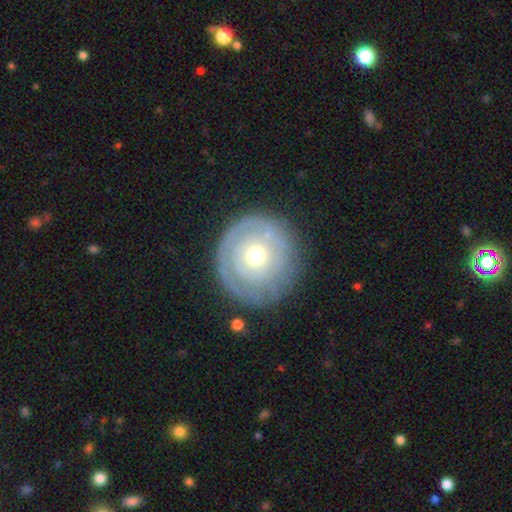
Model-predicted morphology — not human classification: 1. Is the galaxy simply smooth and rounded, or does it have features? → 59% featured or disk, 35% smooth, 6% star or artifact.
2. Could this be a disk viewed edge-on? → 96% no, 4% yes.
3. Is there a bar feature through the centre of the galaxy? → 88% no, 10% weak, 3% strong.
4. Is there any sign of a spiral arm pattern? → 50% yes (tied), 50% no (tied).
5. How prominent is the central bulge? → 61% moderate, 30% small, 7% large, 1% dominant, 1% none.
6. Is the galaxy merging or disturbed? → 74% none, 17% minor disturbance, 8% major disturbance, 2% merger.